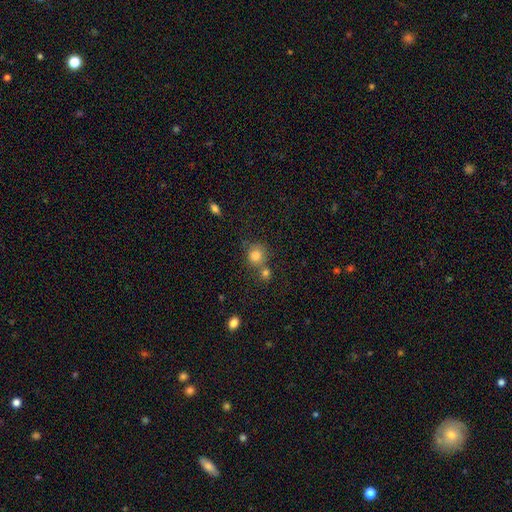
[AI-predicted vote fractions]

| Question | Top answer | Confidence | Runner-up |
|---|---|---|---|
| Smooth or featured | smooth | 81% | star or artifact (12%) |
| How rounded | round | 86% | in between (13%) |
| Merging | none | 56% | merger (28%) |